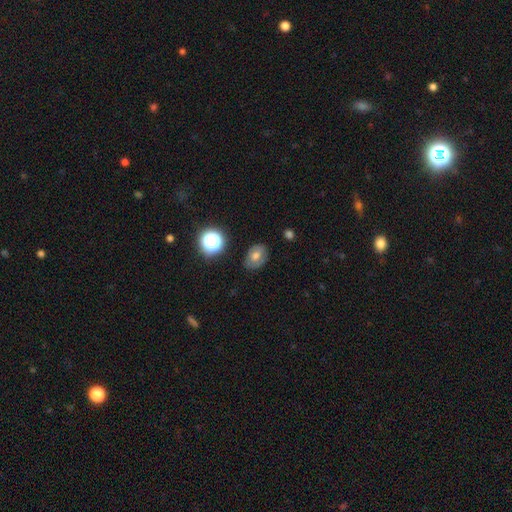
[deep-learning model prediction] Smooth or featured? Predicted: smooth (p=0.62). How rounded? Predicted: in between (p=0.67). Merging? Predicted: none (p=0.77).